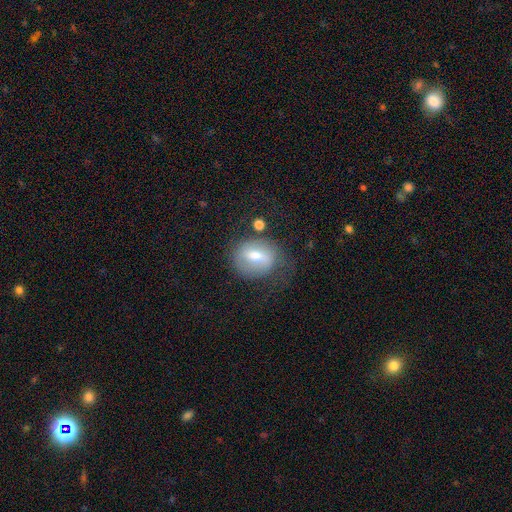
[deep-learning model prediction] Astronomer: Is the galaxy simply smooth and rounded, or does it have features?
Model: smooth — 51% (runner-up: featured or disk, 40%).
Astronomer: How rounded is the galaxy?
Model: round — 56% (runner-up: in between, 42%).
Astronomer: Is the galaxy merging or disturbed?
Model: none — 55%.